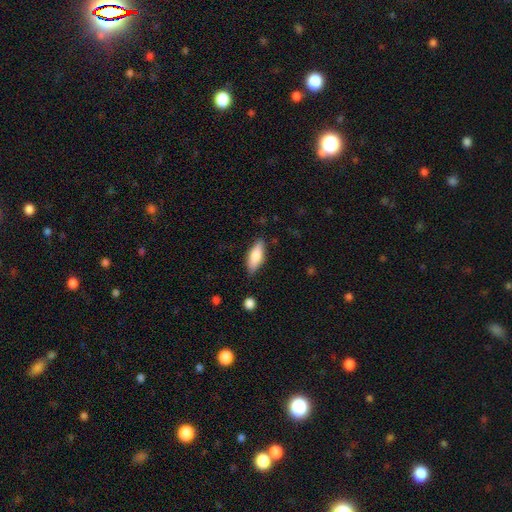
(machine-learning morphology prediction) This is likely a smooth galaxy (75%). How rounded: likely in between (66%). Merging: clearly none (81%).